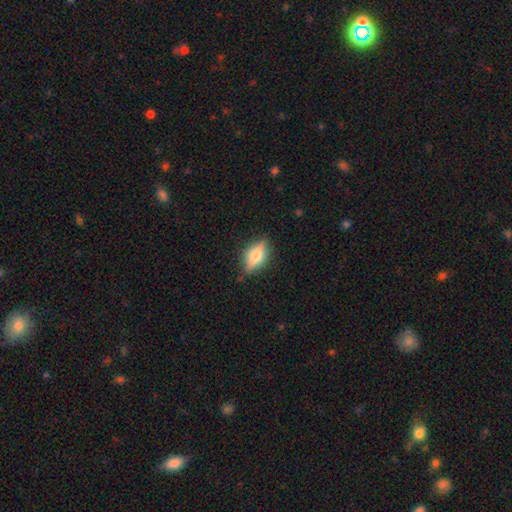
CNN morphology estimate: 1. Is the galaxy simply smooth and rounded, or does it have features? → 48% featured or disk, 44% smooth, 8% star or artifact.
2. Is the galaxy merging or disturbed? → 82% none, 14% minor disturbance, 4% major disturbance, 1% merger.